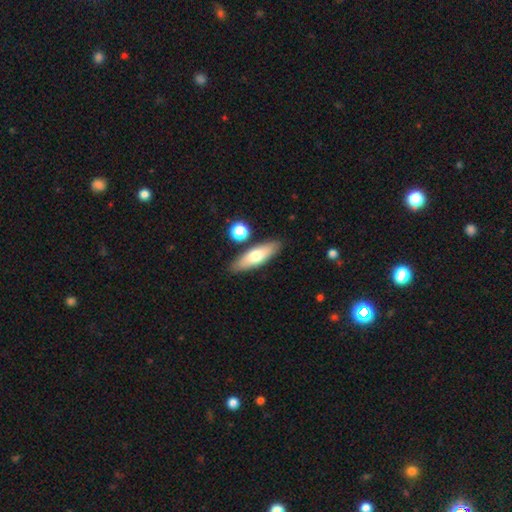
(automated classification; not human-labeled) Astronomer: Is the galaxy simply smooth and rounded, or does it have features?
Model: smooth — 66%.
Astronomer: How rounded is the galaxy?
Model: in between — 49% (runner-up: cigar-shaped, 48%).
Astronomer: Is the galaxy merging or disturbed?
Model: none — 81%.